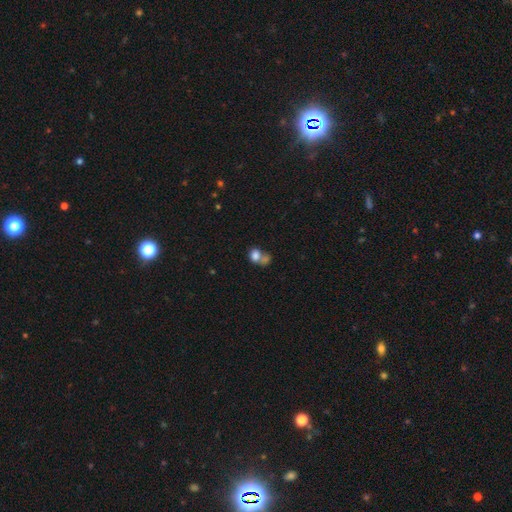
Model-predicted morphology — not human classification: smooth_or_featured: smooth (p=0.78) [alt: featured or disk p=0.11]
how_rounded: round (p=0.49) [tied with: in between p=0.49]
merging: merger (p=0.56) [alt: none p=0.27]